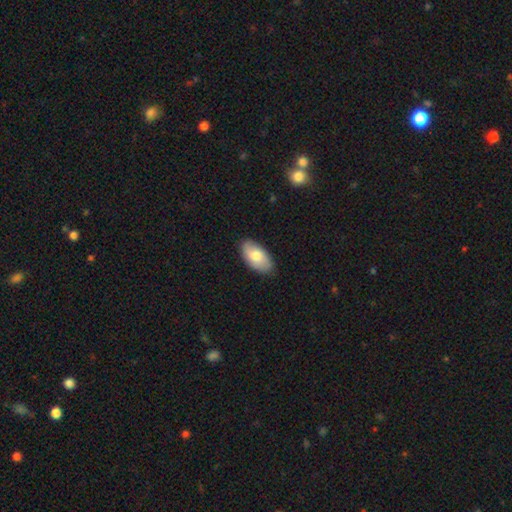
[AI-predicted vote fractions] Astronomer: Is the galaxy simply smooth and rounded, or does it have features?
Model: smooth — 74%.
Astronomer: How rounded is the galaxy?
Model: in between — 95%.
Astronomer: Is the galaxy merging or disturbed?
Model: none — 85%.